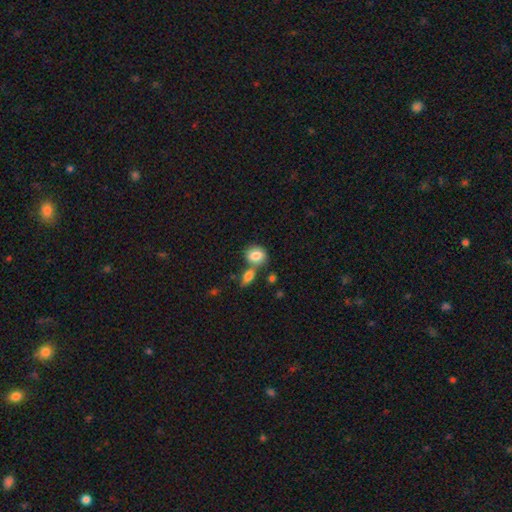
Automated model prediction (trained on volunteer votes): Smooth or featured: smooth — 83% (featured or disk — 9%)
How rounded: round — 51% (in between — 47%)
Merging: none — 52% (merger — 33%)